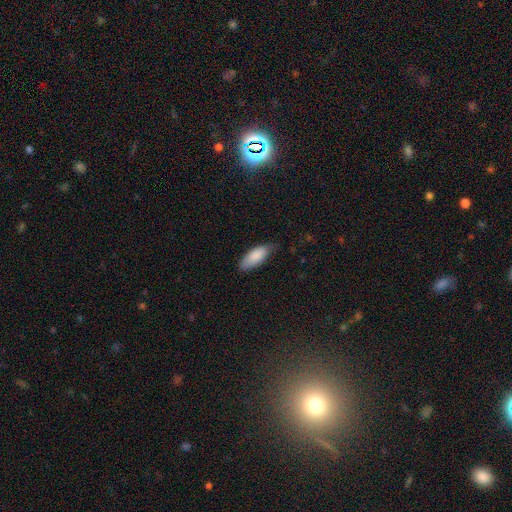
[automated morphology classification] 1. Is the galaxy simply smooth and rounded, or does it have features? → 87% smooth, 8% featured or disk, 6% star or artifact.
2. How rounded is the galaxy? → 80% in between, 18% cigar-shaped, 2% round.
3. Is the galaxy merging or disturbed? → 70% none, 26% minor disturbance, 4% major disturbance, 1% merger.